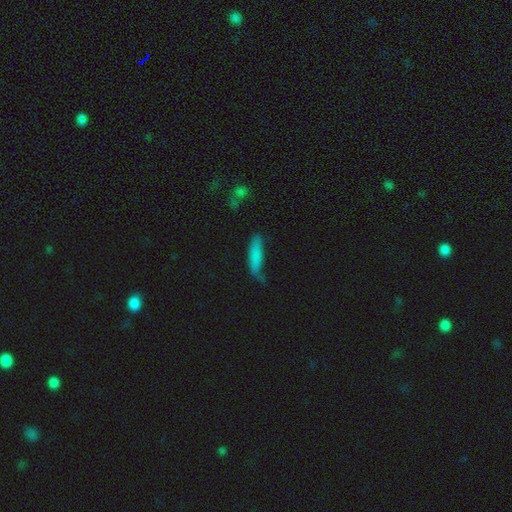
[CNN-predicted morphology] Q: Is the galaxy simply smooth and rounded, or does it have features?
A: smooth — 79%.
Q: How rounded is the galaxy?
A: cigar-shaped — 71%.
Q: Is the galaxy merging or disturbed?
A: none — 53%.